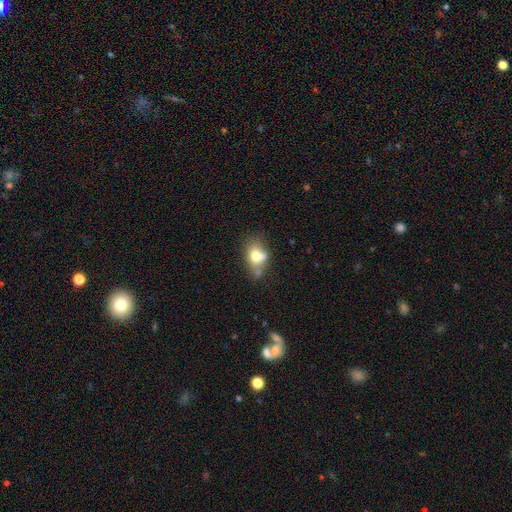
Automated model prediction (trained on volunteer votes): Smooth or featured?
  - smooth: 70% *
  - featured or disk: 20%
  - star or artifact: 10%
How rounded?
  - in between: 67% *
  - round: 30%
  - cigar-shaped: 2%
Merging?
  - none: 35% *
  - minor disturbance: 27%
  - merger: 24%
  - major disturbance: 14%